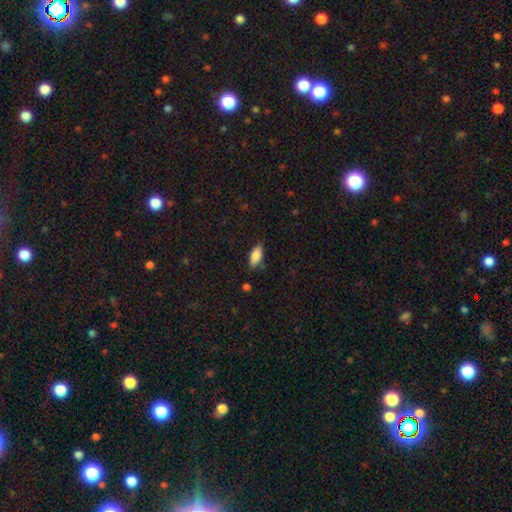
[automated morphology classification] Smooth or featured? smooth (86%)
How rounded? in between (85%)
Merging? none (76%)